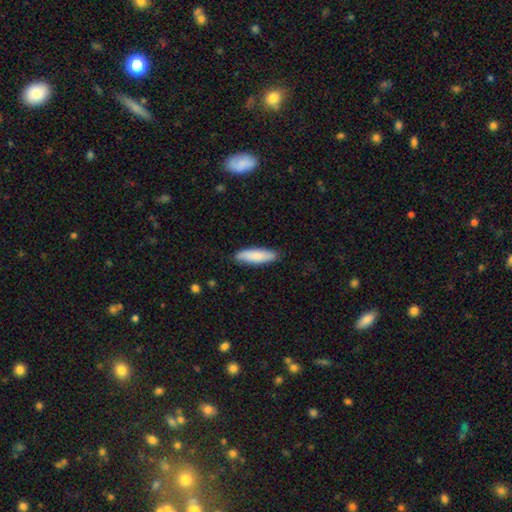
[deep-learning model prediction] Smooth or featured: smooth — 82% (featured or disk — 12%)
How rounded: cigar-shaped — 58% (in between — 41%)
Merging: none — 86% (minor disturbance — 11%)